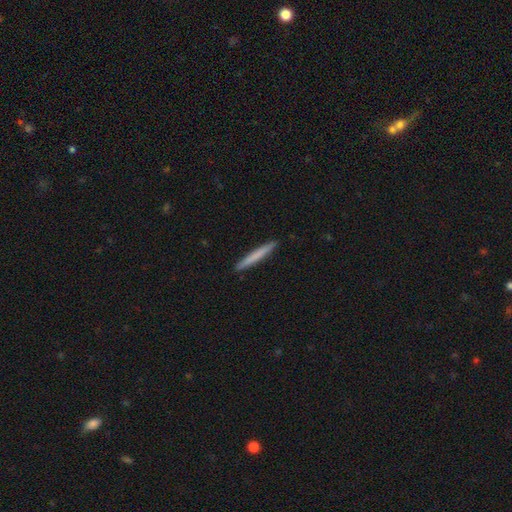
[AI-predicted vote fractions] Q: Smooth or featured?
A: smooth (71%); runner-up: featured or disk (24%)
Q: How rounded?
A: cigar-shaped (97%); runner-up: in between (2%)
Q: Merging?
A: none (93%); runner-up: minor disturbance (5%)